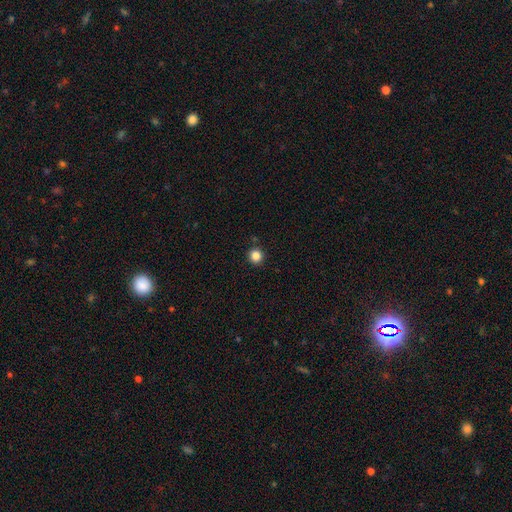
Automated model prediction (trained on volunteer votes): smooth_or_featured: smooth (p=0.85) [alt: star or artifact p=0.12]
how_rounded: round (p=0.93) [alt: in between p=0.06]
merging: none (p=0.90) [alt: minor disturbance p=0.06]